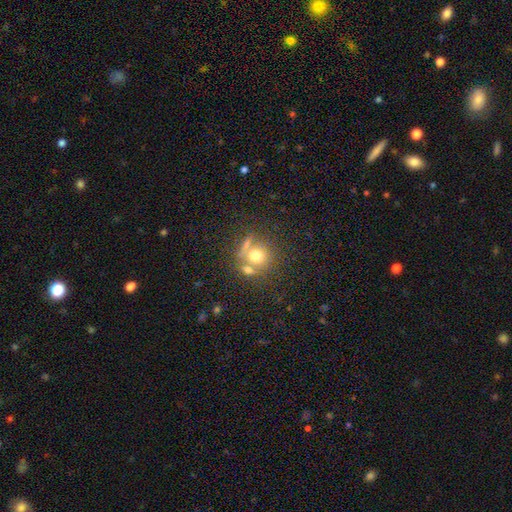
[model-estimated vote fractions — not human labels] Smooth or featured? smooth (67%)
How rounded? round (85%)
Merging? none (48%)